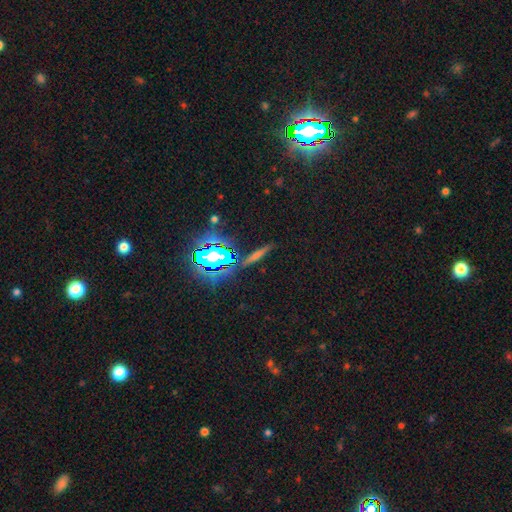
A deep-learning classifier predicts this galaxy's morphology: The model was most divided on "smooth or featured": smooth: 37%, featured or disk: 33%, star or artifact: 31%. More confident: merging — none (85%).